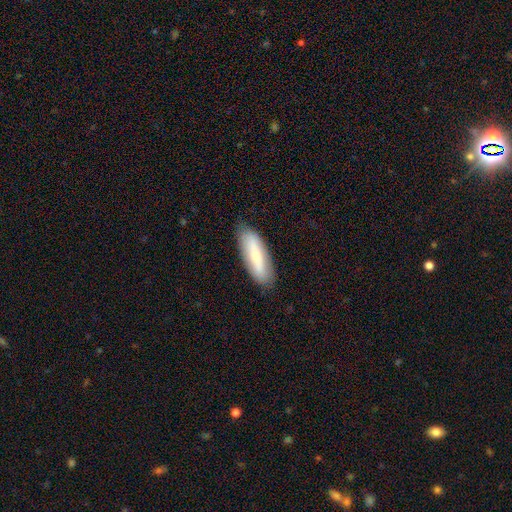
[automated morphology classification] Smooth or featured? smooth (62%)
How rounded? in between (60%)
Merging? none (82%)